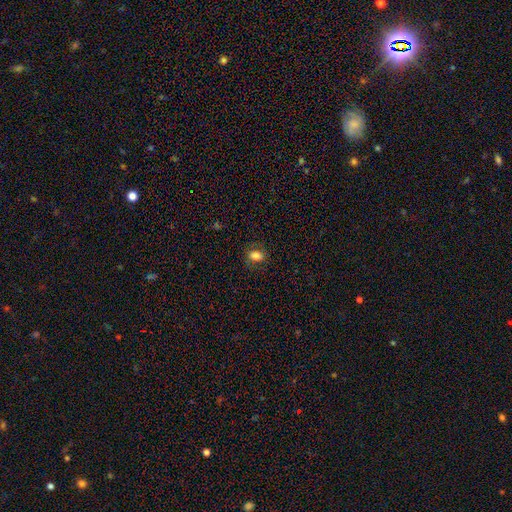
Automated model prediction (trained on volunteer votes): Smooth or featured? Predicted: smooth (p=0.80). How rounded? Predicted: in between (p=0.76). Merging? Predicted: none (p=0.80).